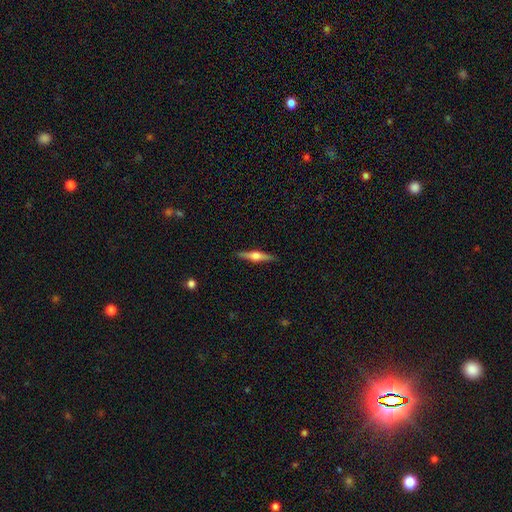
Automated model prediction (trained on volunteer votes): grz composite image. It shows a featured or disk galaxy (72%) viewed edge-on (98%) with a rounded central bulge (92%). Merging: none (91%).